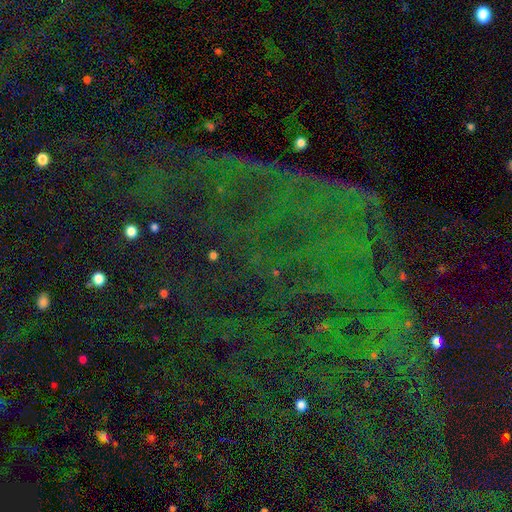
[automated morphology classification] This appears to be a star or artifact, not a galaxy (79%).